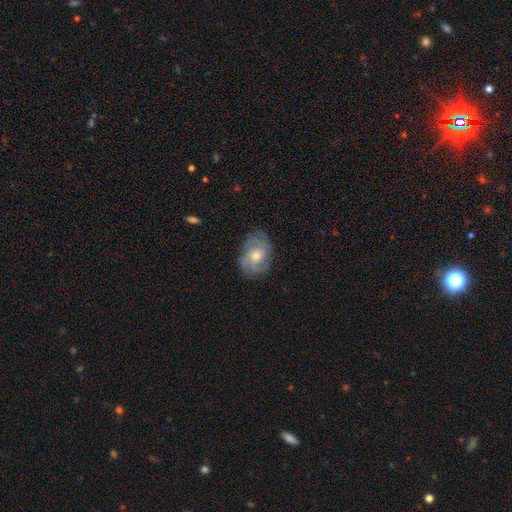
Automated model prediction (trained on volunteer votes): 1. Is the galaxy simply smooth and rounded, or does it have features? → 68% featured or disk, 25% smooth, 7% star or artifact.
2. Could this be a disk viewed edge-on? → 96% no, 4% yes.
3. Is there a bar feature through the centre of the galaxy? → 71% no, 24% weak, 4% strong.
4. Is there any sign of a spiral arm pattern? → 88% yes, 12% no.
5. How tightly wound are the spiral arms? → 50% tight, 37% medium, 14% loose.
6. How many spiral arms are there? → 36% can't tell, 21% 3, 19% 2, 13% 4, 5% more than 4, 5% 1.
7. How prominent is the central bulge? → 52% moderate, 44% small, 2% large, 1% none, 1% dominant.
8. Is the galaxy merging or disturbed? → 76% none, 17% minor disturbance, 6% major disturbance, 1% merger.